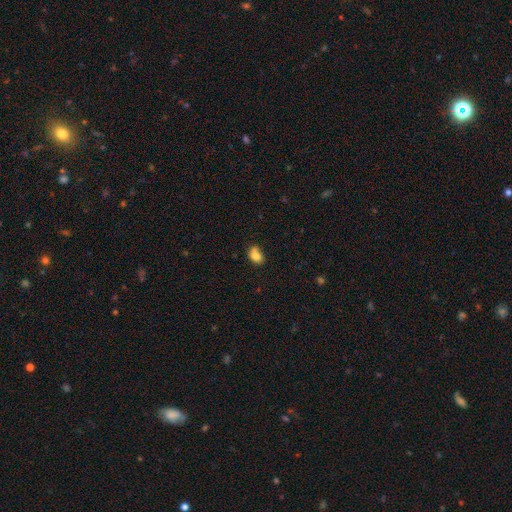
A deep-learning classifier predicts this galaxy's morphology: smooth-or-featured: smooth: 77% | featured or disk: 13% | star or artifact: 10%
  how-rounded: in between: 68% | round: 30% | cigar-shaped: 1%
  merging: none: 40% | merger: 28% | minor disturbance: 22% | major disturbance: 9%